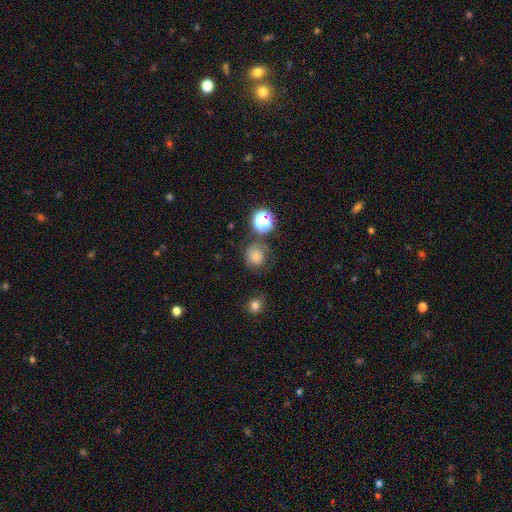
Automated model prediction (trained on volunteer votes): A smooth galaxy with no disk features (59%) that is round (84%). Merging: none (60%).